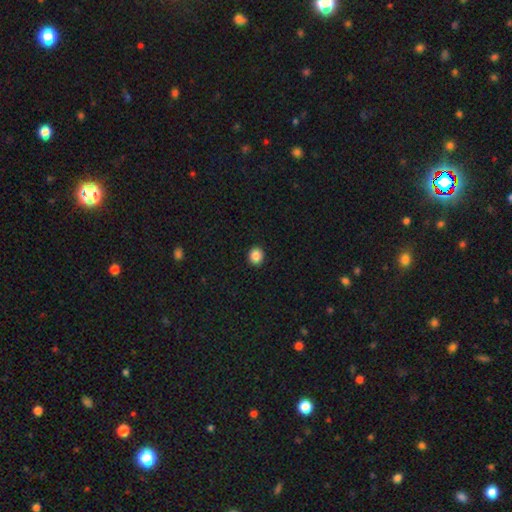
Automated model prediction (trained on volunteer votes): Smooth or featured: smooth — 87% (star or artifact — 10%)
How rounded: round — 76% (in between — 23%)
Merging: none — 93% (minor disturbance — 5%)